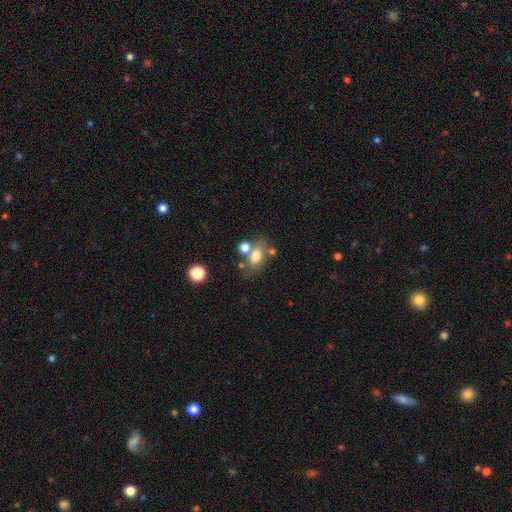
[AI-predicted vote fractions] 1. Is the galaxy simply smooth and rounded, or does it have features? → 72% smooth, 16% featured or disk, 11% star or artifact.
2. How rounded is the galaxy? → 77% in between, 20% round, 4% cigar-shaped.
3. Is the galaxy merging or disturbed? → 55% none, 23% merger, 15% minor disturbance, 7% major disturbance.